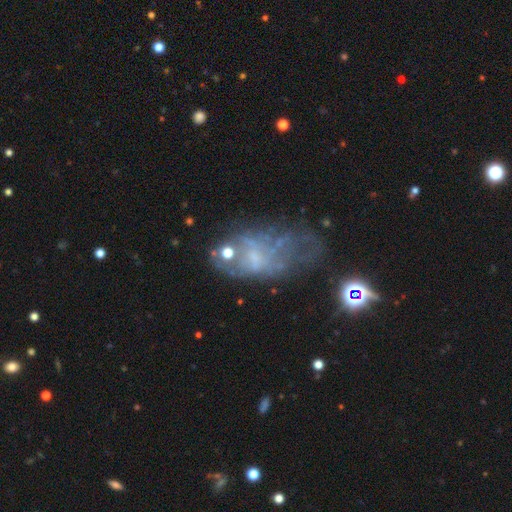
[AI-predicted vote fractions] Overall: featured or disk (52%; smooth 28%). Edge-on disk: no (95%). Merging: major disturbance (34%; none 31%).